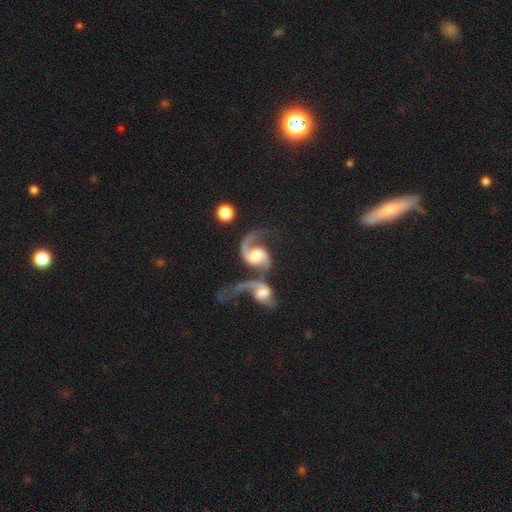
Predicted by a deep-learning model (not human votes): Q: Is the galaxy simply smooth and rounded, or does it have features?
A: featured or disk — 90%.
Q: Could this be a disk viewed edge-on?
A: no — 97%.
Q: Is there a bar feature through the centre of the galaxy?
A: no — 46%.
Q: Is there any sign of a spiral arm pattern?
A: yes — 98%.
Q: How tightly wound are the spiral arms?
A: loose — 46%.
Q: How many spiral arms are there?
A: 2 — 84%.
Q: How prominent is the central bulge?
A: moderate — 55%.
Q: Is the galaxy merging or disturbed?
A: merger — 65%.